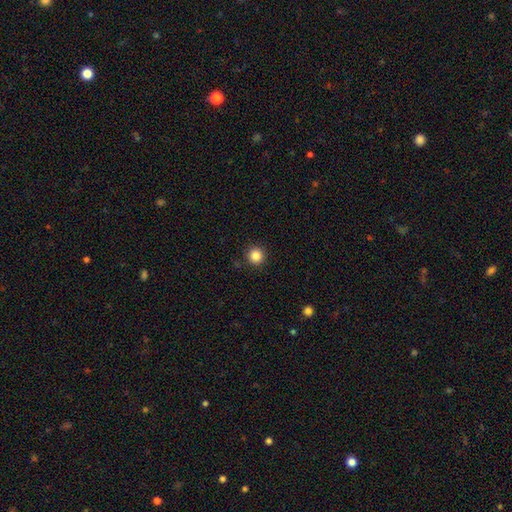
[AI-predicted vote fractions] Smooth or featured? smooth (85%)
How rounded? round (96%)
Merging? none (92%)